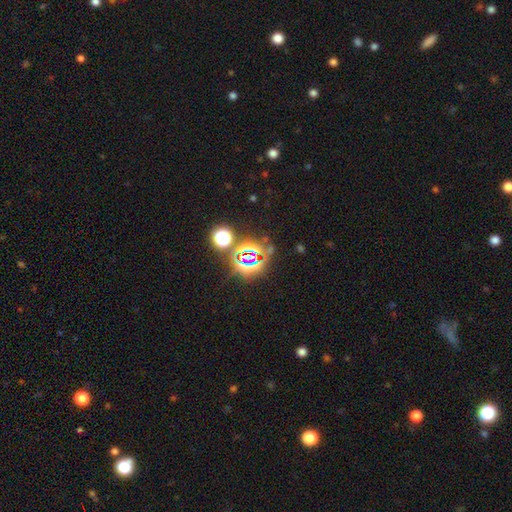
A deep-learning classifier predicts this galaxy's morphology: type=star or artifact (79%).